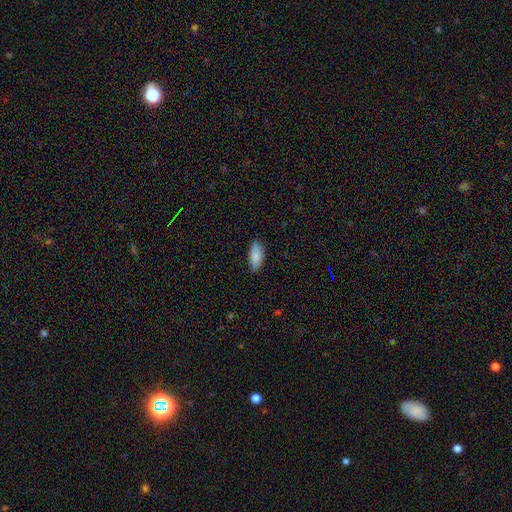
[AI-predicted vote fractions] Q: Smooth or featured?
A: smooth (87%); runner-up: featured or disk (7%)
Q: How rounded?
A: in between (86%); runner-up: cigar-shaped (12%)
Q: Merging?
A: none (80%); runner-up: minor disturbance (16%)